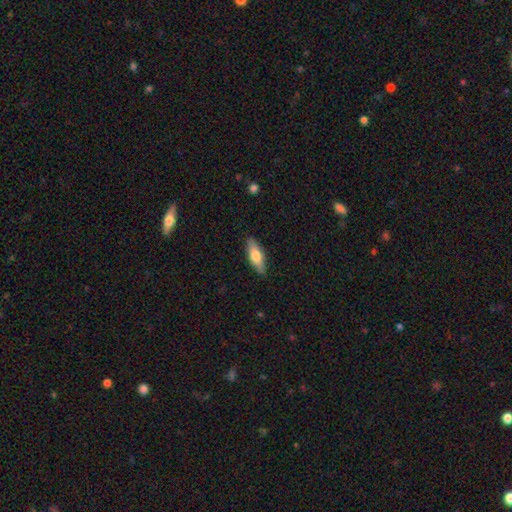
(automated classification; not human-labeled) smooth_or_featured: smooth (p=0.67) [alt: featured or disk p=0.28]
how_rounded: in between (p=0.57) [alt: cigar-shaped p=0.41]
merging: none (p=0.87) [alt: minor disturbance p=0.10]